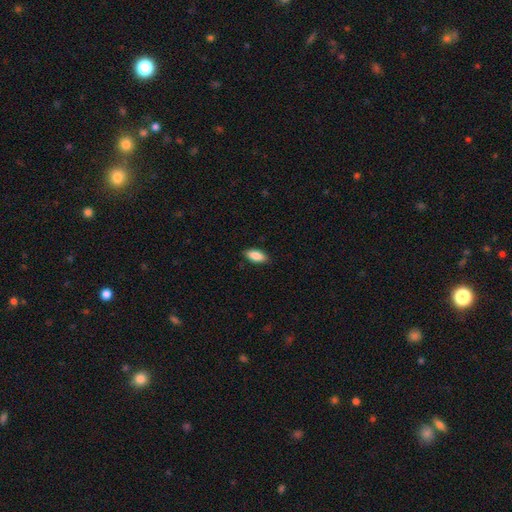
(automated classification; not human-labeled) Smooth or featured: smooth — 87% (star or artifact — 6%)
How rounded: in between — 88% (cigar-shaped — 10%)
Merging: none — 87% (minor disturbance — 10%)